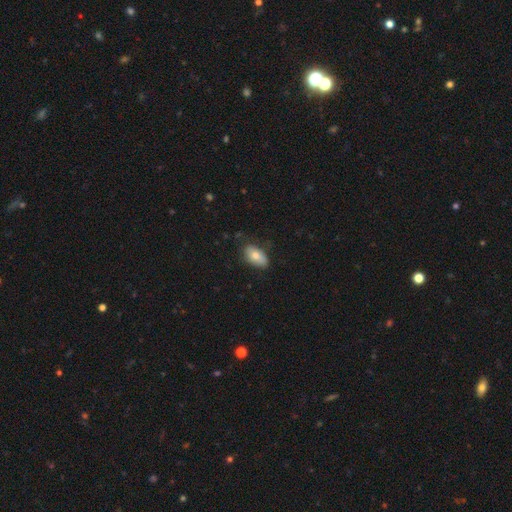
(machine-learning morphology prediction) smooth 76%, featured or disk 17%, star or artifact 7%. Down the decision tree: how rounded — in between (93%); merging — none (74%).